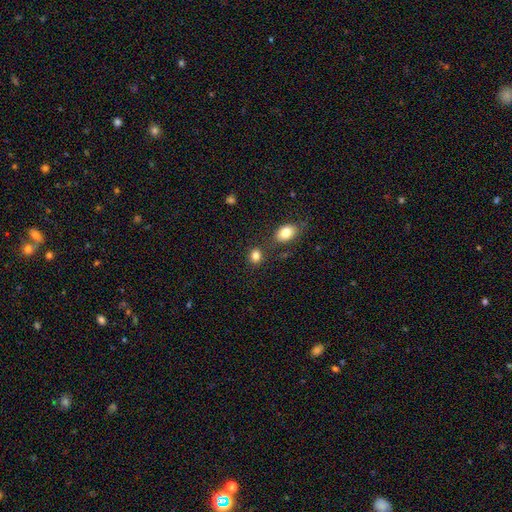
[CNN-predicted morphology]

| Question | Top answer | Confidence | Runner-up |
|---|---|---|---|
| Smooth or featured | smooth | 83% | star or artifact (11%) |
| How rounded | round | 54% | in between (45%) |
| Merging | none | 75% | merger (11%) |